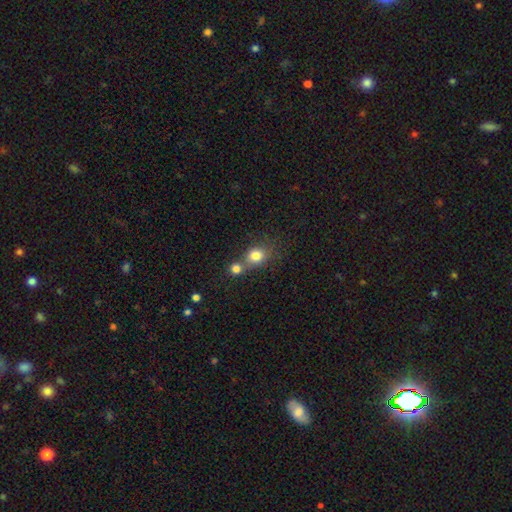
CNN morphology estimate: Overall: smooth (79%). How rounded: round (69%; in between 30%). Merging: merger (49%; none 39%).